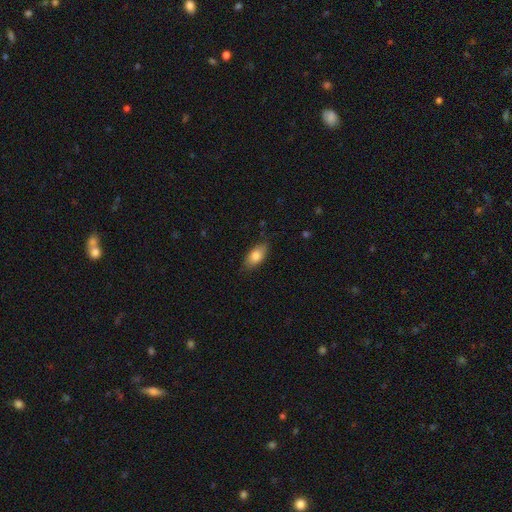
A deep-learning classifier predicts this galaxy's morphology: A smooth galaxy with no disk features (80%) that is in between round and cigar-shaped (88%). Merging: none (80%).